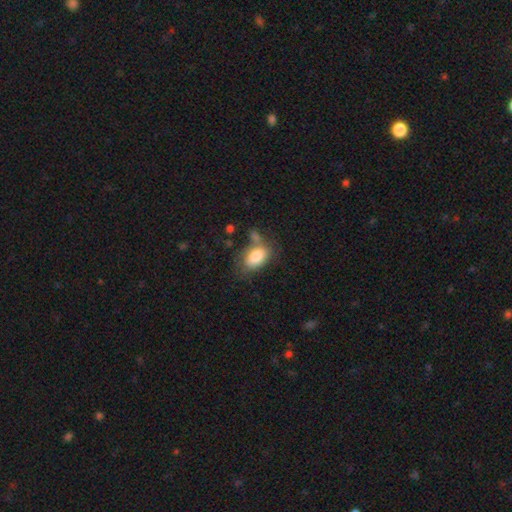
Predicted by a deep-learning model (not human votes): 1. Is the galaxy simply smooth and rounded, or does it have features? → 82% smooth, 11% featured or disk, 7% star or artifact.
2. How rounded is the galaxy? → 89% in between, 9% round, 2% cigar-shaped.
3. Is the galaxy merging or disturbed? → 52% none, 21% minor disturbance, 17% merger, 9% major disturbance.